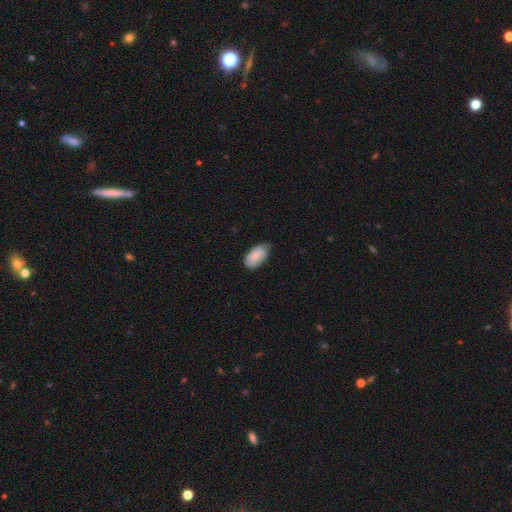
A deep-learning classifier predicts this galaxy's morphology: type=smooth (87%); roundness=in between (95%); merging=none (62%).